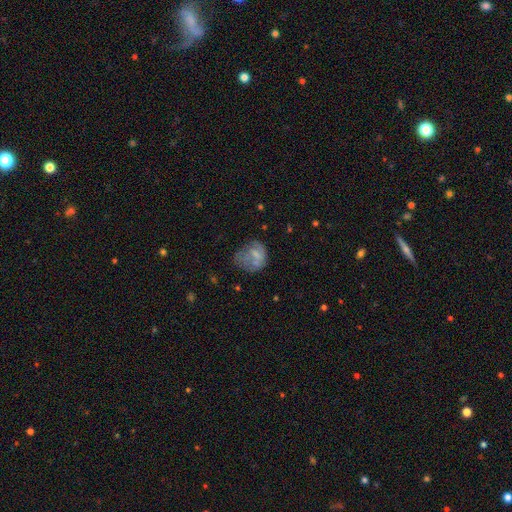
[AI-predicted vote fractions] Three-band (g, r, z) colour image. It shows a smooth galaxy with no disk features (55%) that is round (58%). Merging: none (34%).